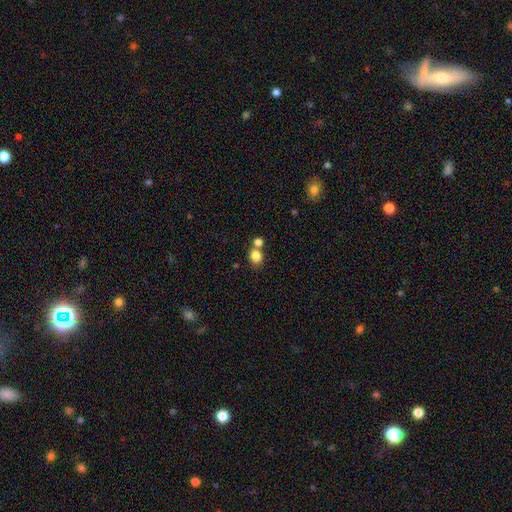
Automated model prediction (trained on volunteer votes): Smooth or featured? Predicted: smooth (p=0.83). How rounded? Predicted: round (p=0.64). Merging? Predicted: none (p=0.58).